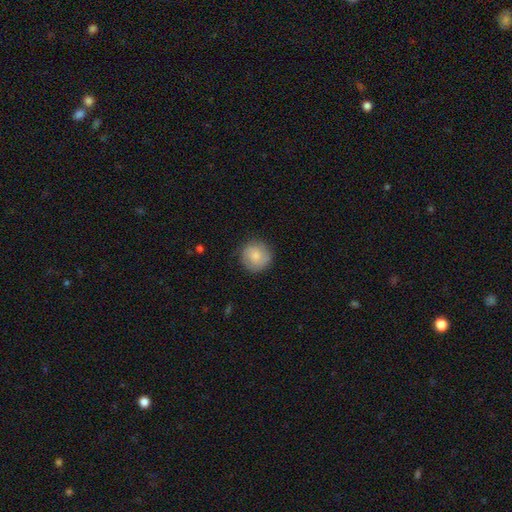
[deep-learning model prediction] Smooth or featured? smooth (65%)
How rounded? round (93%)
Merging? none (84%)